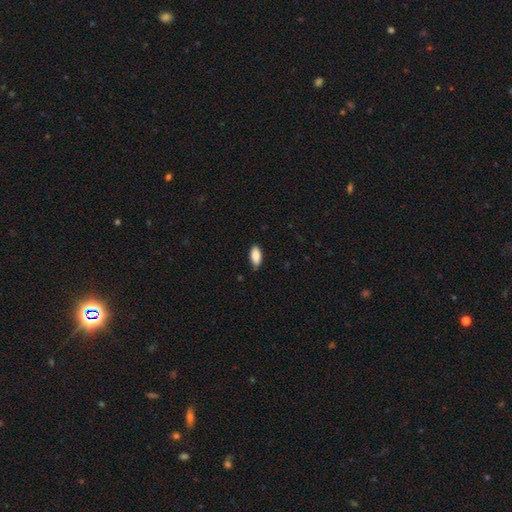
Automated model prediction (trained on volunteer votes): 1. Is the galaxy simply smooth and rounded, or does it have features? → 88% smooth, 6% star or artifact, 5% featured or disk.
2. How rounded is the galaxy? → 91% in between, 7% cigar-shaped, 2% round.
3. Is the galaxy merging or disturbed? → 78% none, 19% minor disturbance, 2% major disturbance, 1% merger.